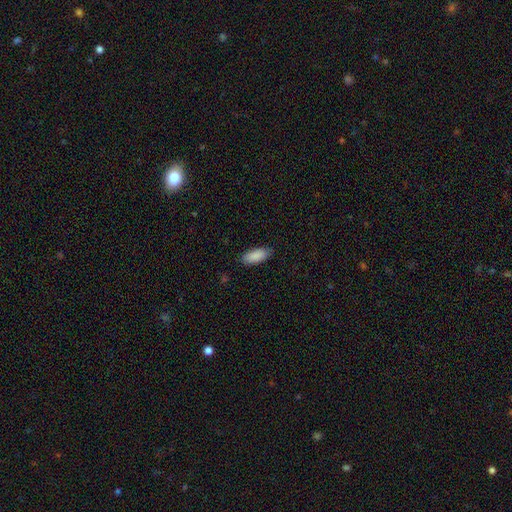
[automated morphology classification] Smooth or featured? Predicted: smooth (p=0.90). How rounded? Predicted: in between (p=0.80). Merging? Predicted: none (p=0.85).